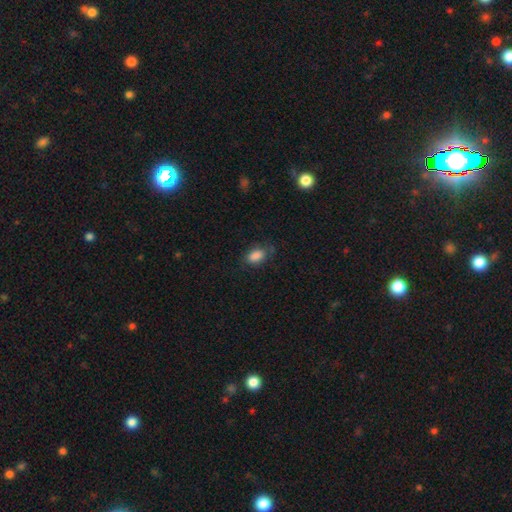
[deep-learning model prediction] smooth-or-featured: smooth: 85% | star or artifact: 9% | featured or disk: 6%
  how-rounded: in between: 88% | round: 9% | cigar-shaped: 3%
  merging: none: 71% | minor disturbance: 21% | major disturbance: 7% | merger: 2%